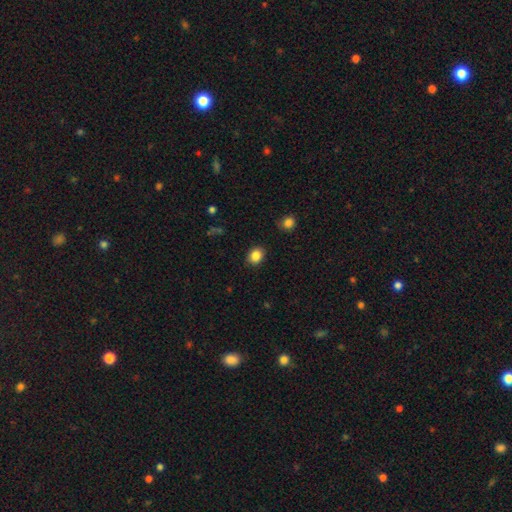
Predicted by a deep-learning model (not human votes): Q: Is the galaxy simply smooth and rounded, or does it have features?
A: smooth — 86%.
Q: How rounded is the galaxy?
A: round — 51%.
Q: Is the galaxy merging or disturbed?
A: none — 87%.